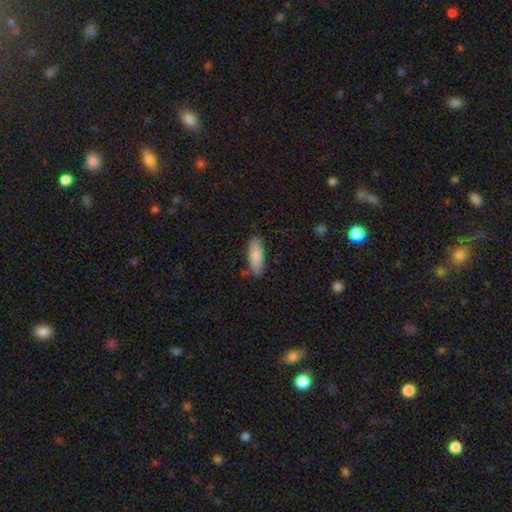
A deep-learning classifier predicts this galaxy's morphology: This appears to be a smooth galaxy with no disk features (84%) that is in between round and cigar-shaped (62%). Merging: none (79%).